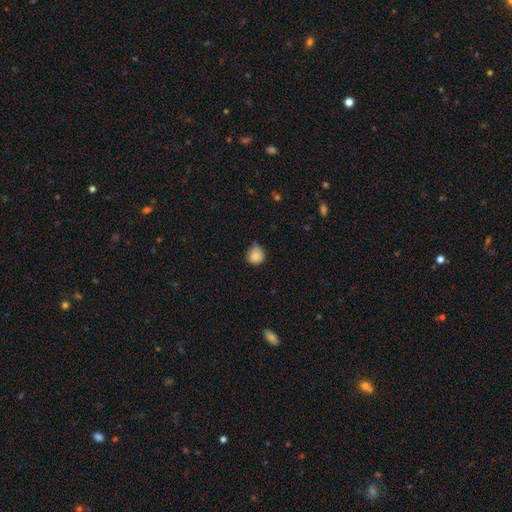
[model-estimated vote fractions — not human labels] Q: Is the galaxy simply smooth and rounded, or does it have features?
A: smooth — 84%.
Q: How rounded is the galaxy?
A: round — 77%.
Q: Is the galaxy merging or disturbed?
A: none — 57%.